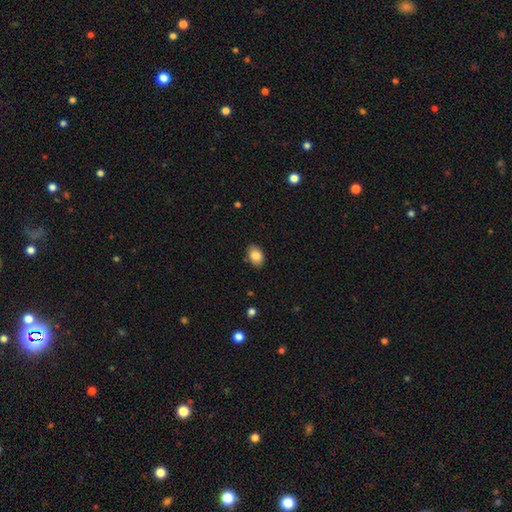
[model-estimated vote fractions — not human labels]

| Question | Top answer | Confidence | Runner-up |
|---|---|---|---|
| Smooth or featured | smooth | 86% | star or artifact (8%) |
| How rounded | in between | 81% | round (18%) |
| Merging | none | 85% | minor disturbance (11%) |